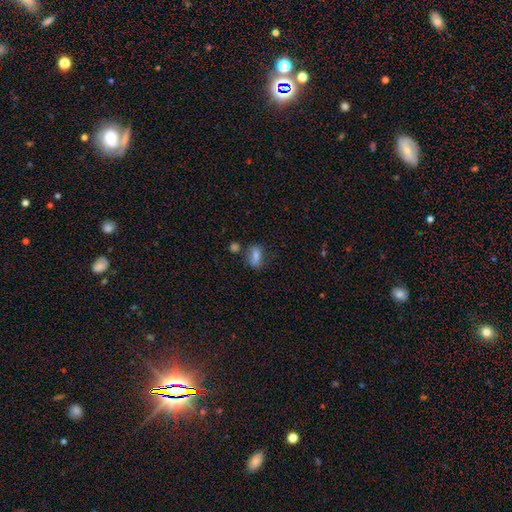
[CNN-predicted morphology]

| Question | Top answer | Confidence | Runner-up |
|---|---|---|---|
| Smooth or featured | smooth | 68% | featured or disk (19%) |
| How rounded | in between | 75% | round (17%) |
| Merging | none | 59% | minor disturbance (19%) |